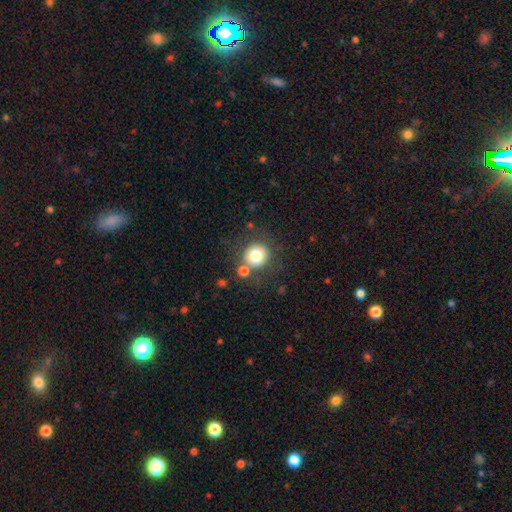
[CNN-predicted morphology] Overall: smooth (77%). How rounded: round (90%). Merging: none (74%).